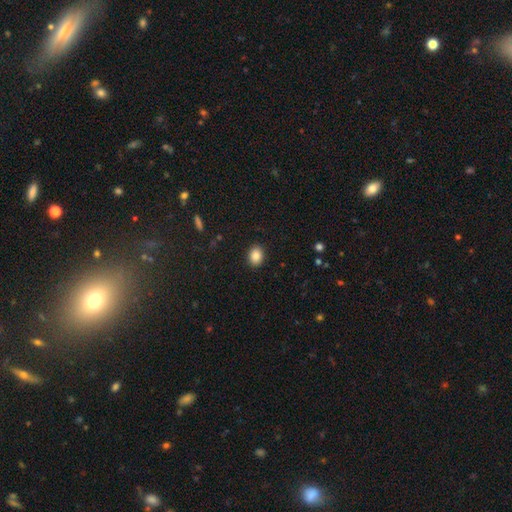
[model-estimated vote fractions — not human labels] A smooth galaxy with no disk features (86%) that is in between round and cigar-shaped (55%).

Vote fractions:
- Smooth or featured? smooth: 86% / star or artifact: 9% / featured or disk: 5%
- How rounded? in between: 55% / round: 44% / cigar-shaped: 1%
- Merging? none: 90% / minor disturbance: 7% / major disturbance: 2% / merger: 1%